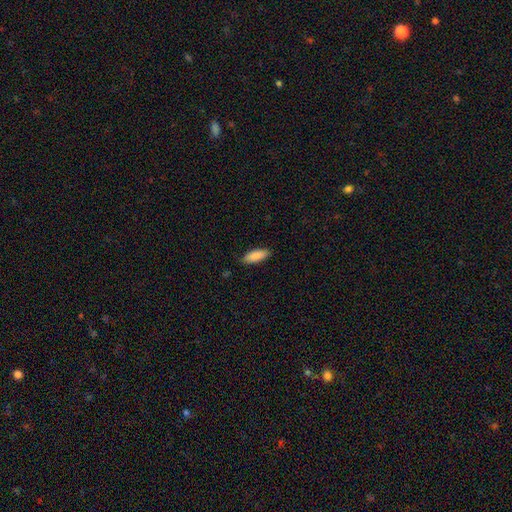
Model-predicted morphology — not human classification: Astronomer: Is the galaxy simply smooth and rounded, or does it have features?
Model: smooth — 89%.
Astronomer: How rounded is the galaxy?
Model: in between — 66%.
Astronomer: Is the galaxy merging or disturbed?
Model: none — 85%.